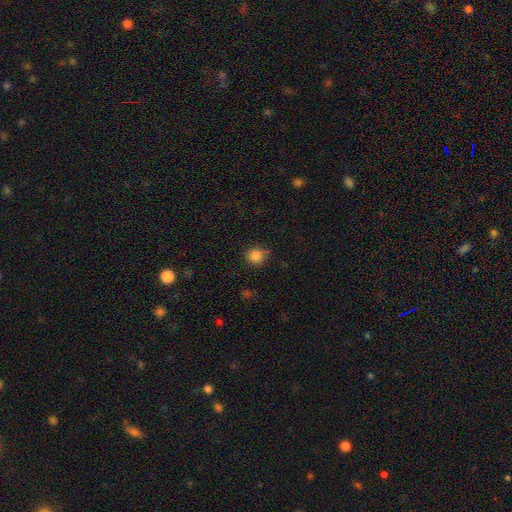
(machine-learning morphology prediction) This is clearly a smooth galaxy (84%). How rounded: clearly round (89%). Merging: likely none (76%).